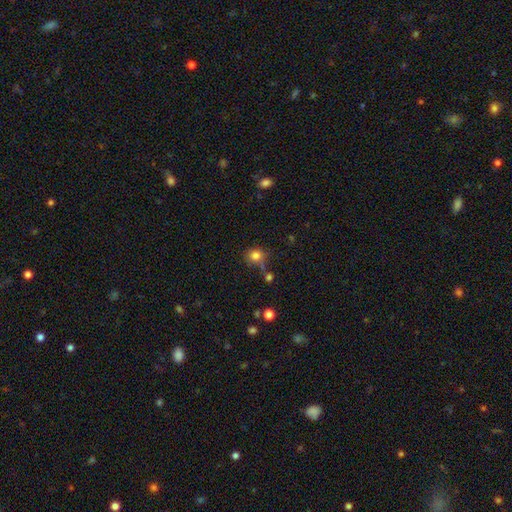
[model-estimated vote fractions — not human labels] This appears to be a smooth galaxy with no disk features (81%) that is round (80%). Merging: none (61%).